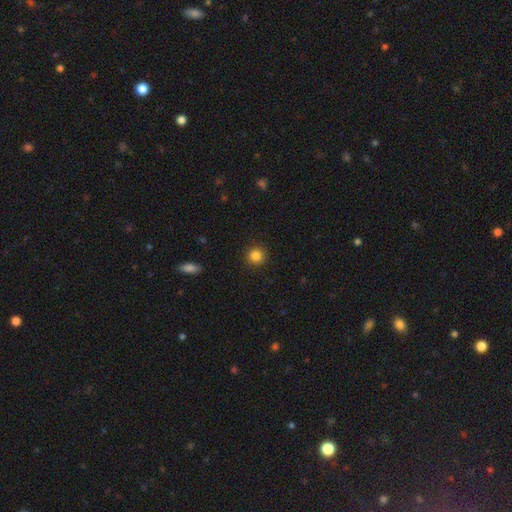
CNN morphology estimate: smooth 84%, star or artifact 11%, featured or disk 5%. Down the decision tree: how rounded — round (93%); merging — none (91%).